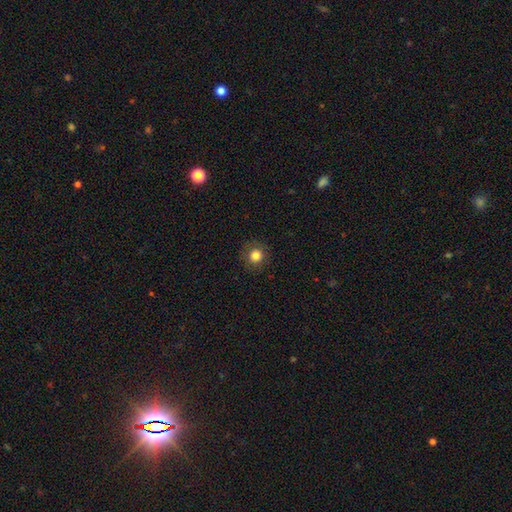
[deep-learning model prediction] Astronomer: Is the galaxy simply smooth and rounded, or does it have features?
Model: smooth — 83%.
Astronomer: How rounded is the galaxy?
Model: round — 92%.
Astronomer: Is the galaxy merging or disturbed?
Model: none — 87%.